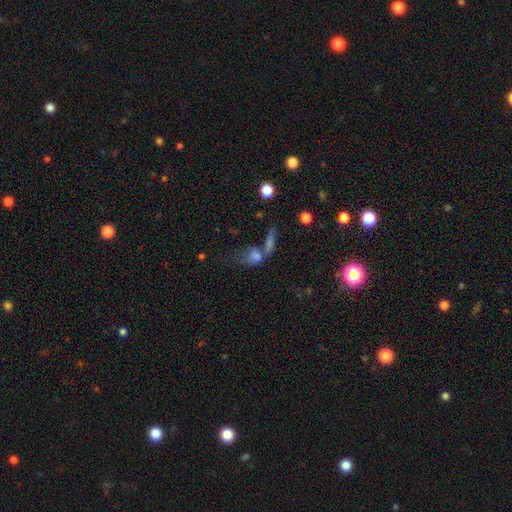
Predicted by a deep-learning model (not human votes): This appears to be a smooth galaxy with no disk features (70%) that is in between round and cigar-shaped (59%). Merging: merger (46%).